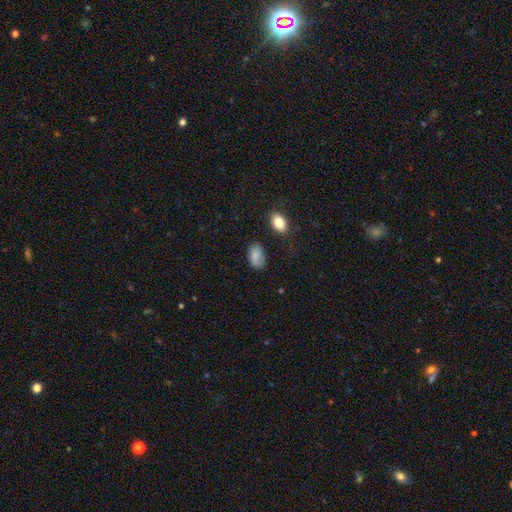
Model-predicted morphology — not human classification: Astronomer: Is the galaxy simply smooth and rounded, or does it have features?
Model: smooth — 77%.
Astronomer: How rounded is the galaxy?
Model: in between — 90%.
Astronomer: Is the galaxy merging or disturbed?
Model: none — 65%.